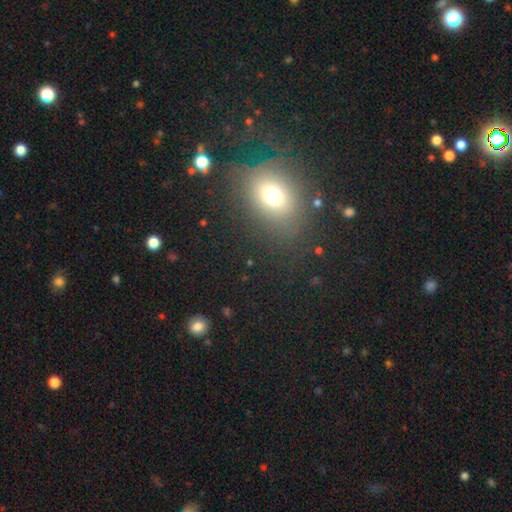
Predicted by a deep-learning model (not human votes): smooth 62%, star or artifact 27%, featured or disk 11%. Down the decision tree: how rounded — in between (59%); merging — none (83%).